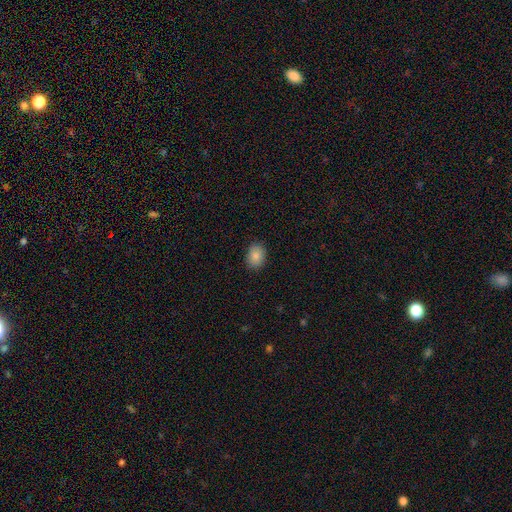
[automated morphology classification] type=smooth (85%); roundness=in between (65%); merging=none (88%).